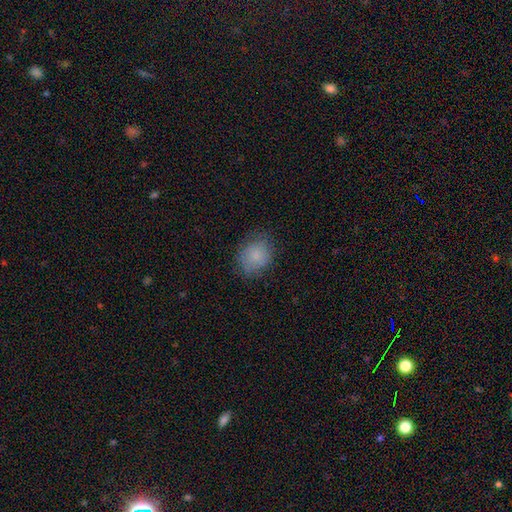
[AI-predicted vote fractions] This appears to be a smooth galaxy with no disk features (80%) that is round (56%). Merging: none (73%).